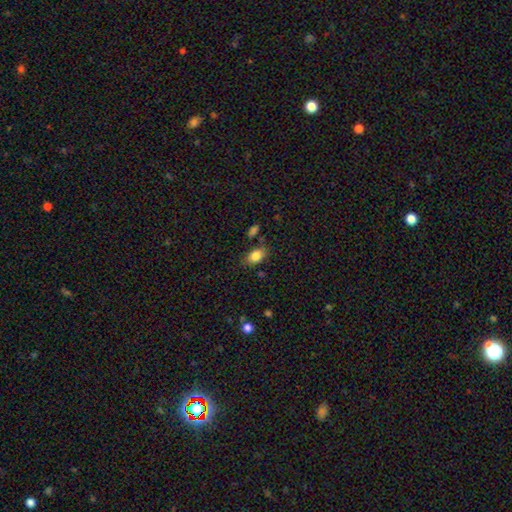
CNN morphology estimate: Smooth or featured? Predicted: smooth (p=0.84). How rounded? Predicted: in between (p=0.85). Merging? Predicted: none (p=0.74).